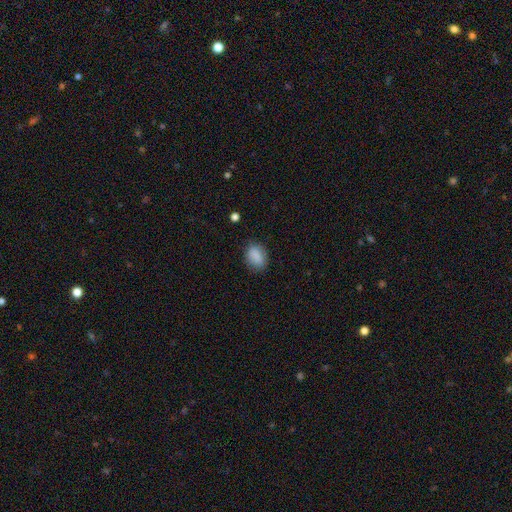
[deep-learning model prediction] The model was most divided on "how rounded": in between: 78%, round: 20%, cigar-shaped: 2%. More confident: smooth or featured — smooth (86%); merging — none (78%).